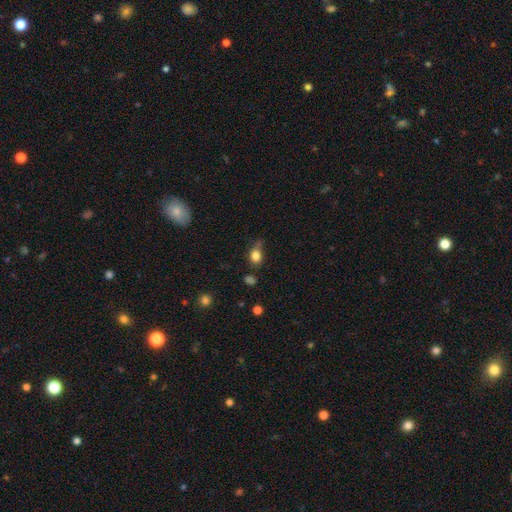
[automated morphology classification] Smooth or featured? Predicted: smooth (p=0.81). How rounded? Predicted: round (p=0.51). Merging? Predicted: none (p=0.54).